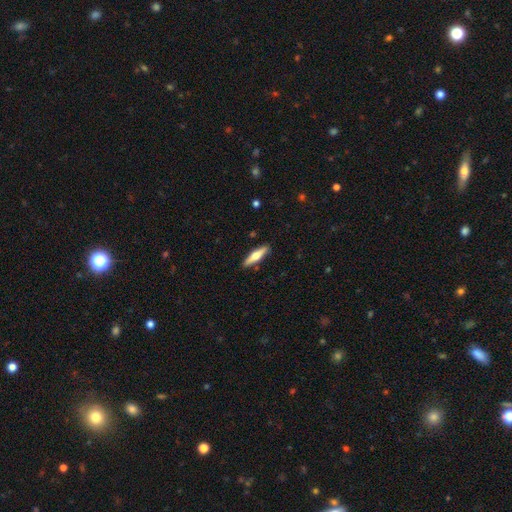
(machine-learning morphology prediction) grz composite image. It shows a featured or disk galaxy (48%). Merging: none (89%).